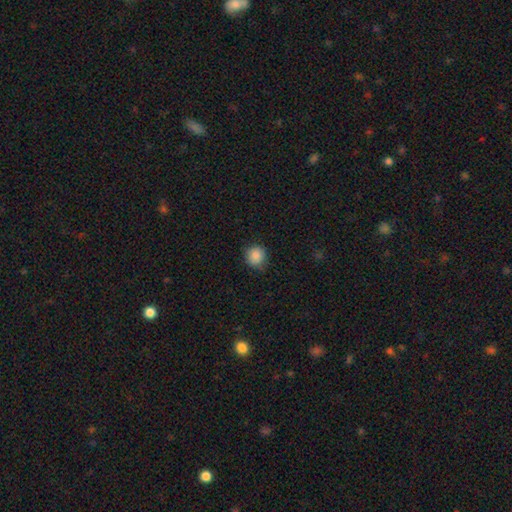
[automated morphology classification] Overall: smooth (88%). How rounded: round (87%). Merging: none (82%).